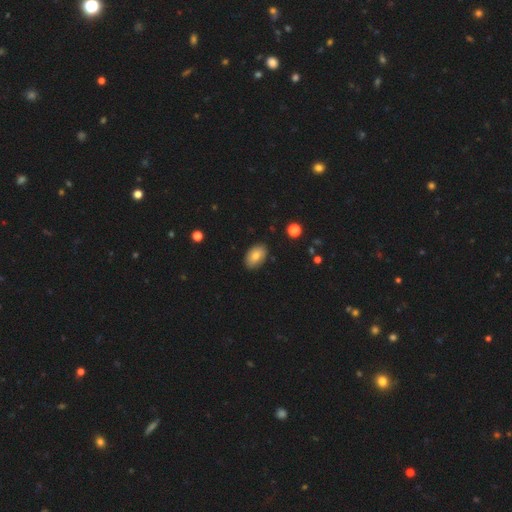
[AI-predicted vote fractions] Smooth or featured?
  - smooth: 77% *
  - featured or disk: 15%
  - star or artifact: 8%
How rounded?
  - in between: 91% *
  - round: 8%
  - cigar-shaped: 1%
Merging?
  - none: 85% *
  - minor disturbance: 11%
  - major disturbance: 2%
  - merger: 1%